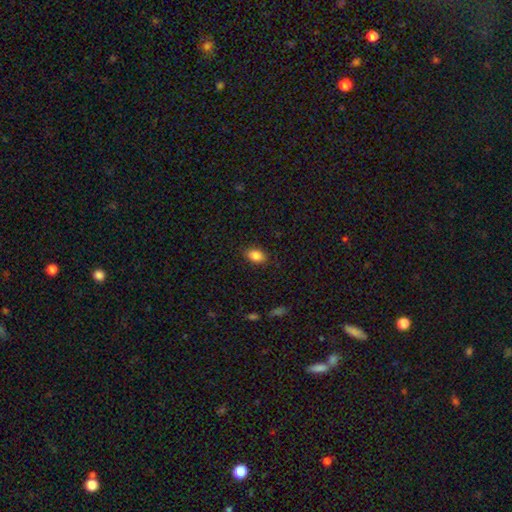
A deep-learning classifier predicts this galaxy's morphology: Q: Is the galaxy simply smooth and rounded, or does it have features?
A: smooth — 85%.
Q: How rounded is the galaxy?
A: in between — 86%.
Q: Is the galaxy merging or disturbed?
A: none — 87%.